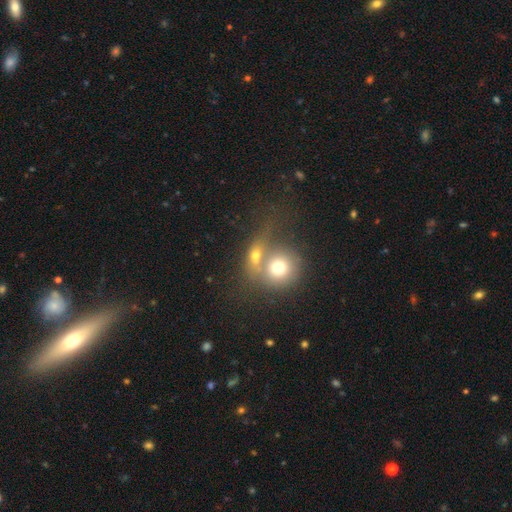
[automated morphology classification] smooth-or-featured: smooth: 65% | featured or disk: 23% | star or artifact: 12%
  how-rounded: round: 66% | in between: 31% | cigar-shaped: 4%
  merging: merger: 63% | none: 21% | major disturbance: 8% | minor disturbance: 7%